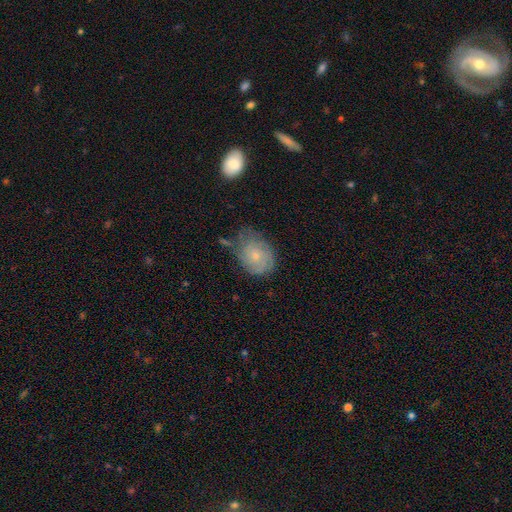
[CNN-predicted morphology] Smooth or featured? smooth (53%)
How rounded? in between (62%)
Merging? none (54%)